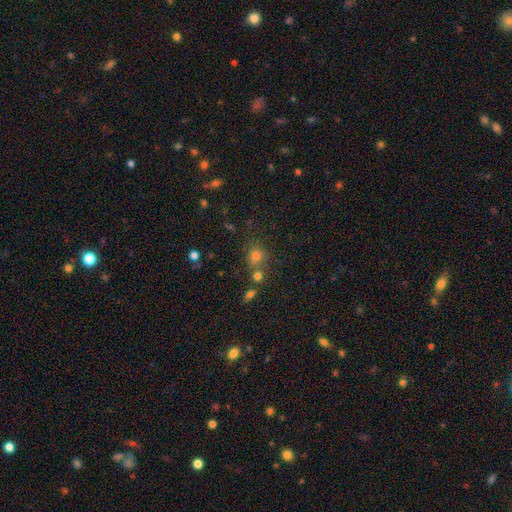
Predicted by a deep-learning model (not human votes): smooth_or_featured: smooth (p=0.72) [alt: star or artifact p=0.18]
how_rounded: round (p=0.74) [alt: in between p=0.25]
merging: none (p=0.59) [alt: merger p=0.23]